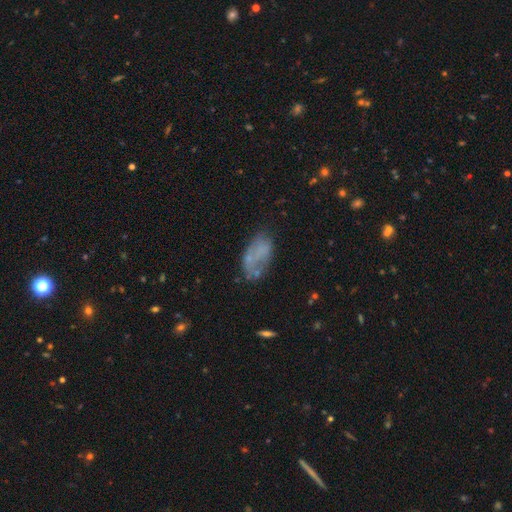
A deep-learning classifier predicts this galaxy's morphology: This is possibly a smooth galaxy (53%). How rounded: clearly in between (90%). Merging: possibly none (49%).